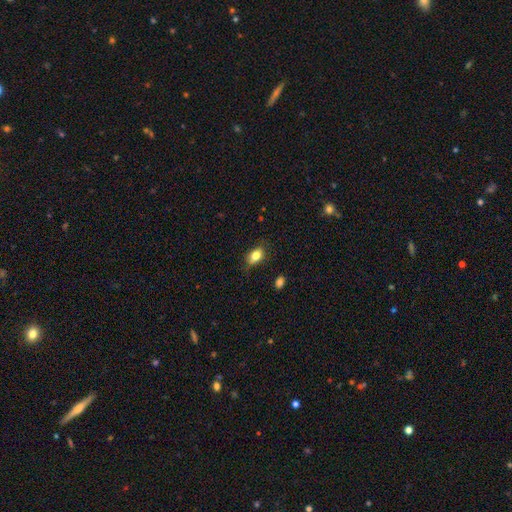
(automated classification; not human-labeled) The model was most divided on "merging": none: 78%, minor disturbance: 17%, major disturbance: 3%, merger: 1%. More confident: how rounded — in between (85%); smooth or featured — smooth (83%).